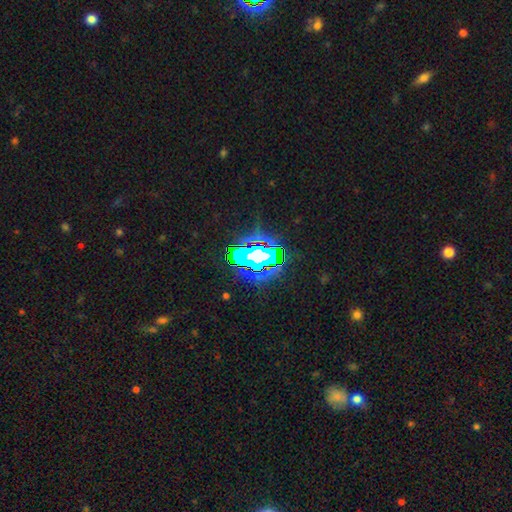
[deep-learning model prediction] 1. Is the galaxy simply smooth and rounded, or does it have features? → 60% star or artifact, 24% featured or disk, 15% smooth.